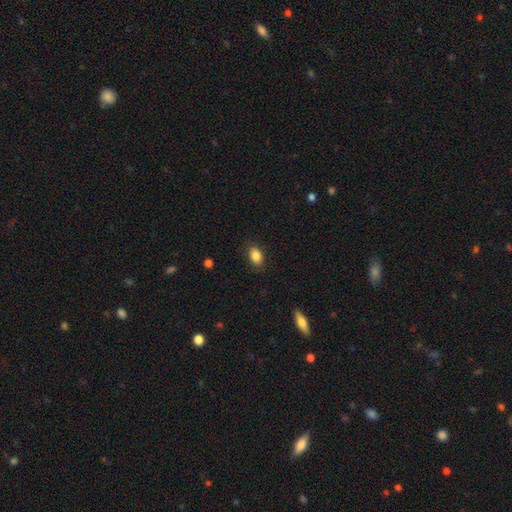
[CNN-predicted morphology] Q: Smooth or featured?
A: smooth (86%); runner-up: star or artifact (8%)
Q: How rounded?
A: in between (84%); runner-up: round (14%)
Q: Merging?
A: none (84%); runner-up: minor disturbance (12%)